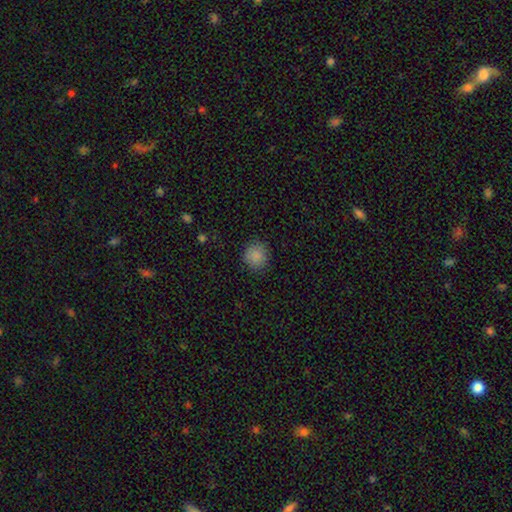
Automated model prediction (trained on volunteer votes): The model was most divided on "smooth or featured": smooth: 86%, star or artifact: 10%, featured or disk: 4%. More confident: how rounded — round (90%); merging — none (88%).